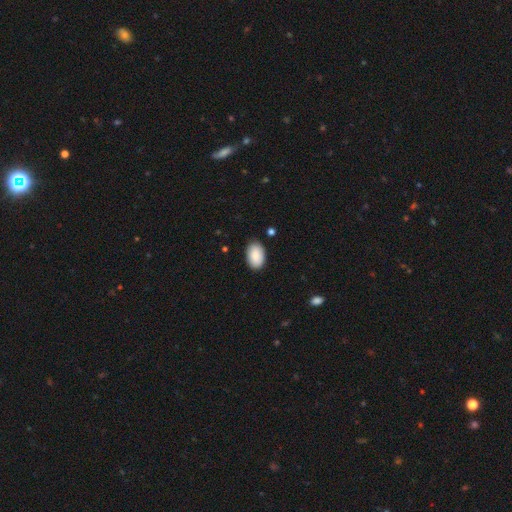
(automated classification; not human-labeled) A smooth galaxy with no disk features (89%) that is in between round and cigar-shaped (93%). Merging: none (86%).